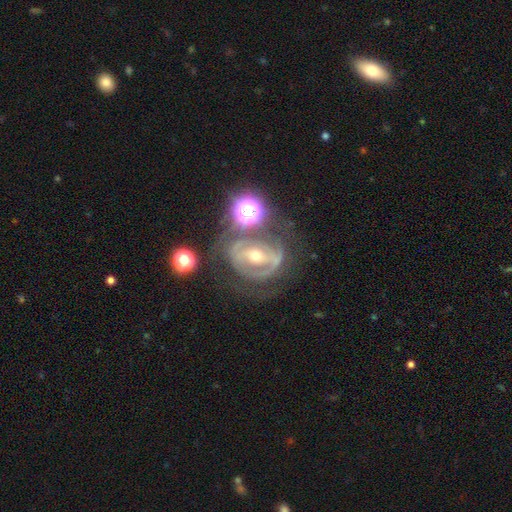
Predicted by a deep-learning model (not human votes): featured or disk 78%, smooth 12%, star or artifact 10%. Down the decision tree: edge-on disk — no (95%); bar — strong (50%); spiral arms — yes (67%); bulge size — moderate (55%); merging — none (55%).